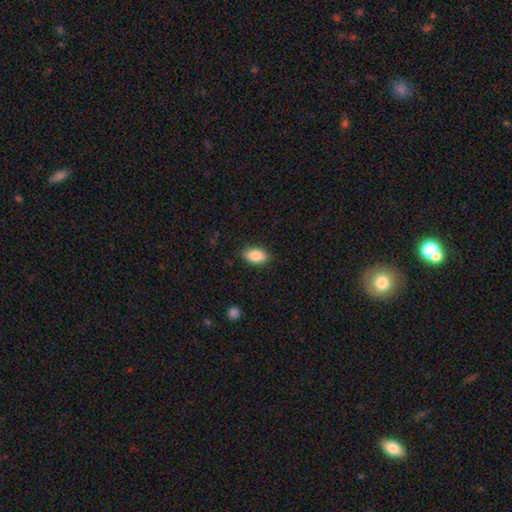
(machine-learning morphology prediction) This appears to be a smooth galaxy with no disk features (87%) that is in between round and cigar-shaped (92%). Merging: none (87%).